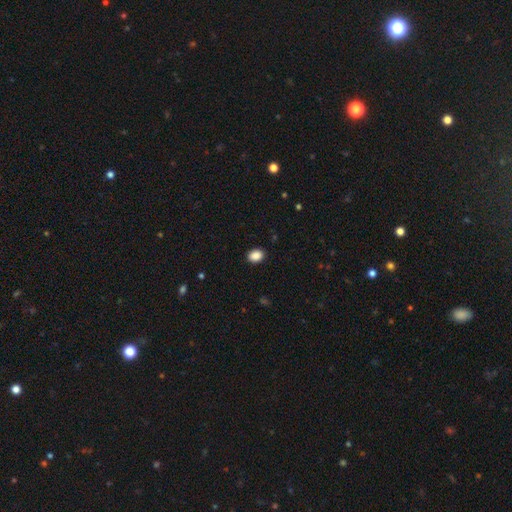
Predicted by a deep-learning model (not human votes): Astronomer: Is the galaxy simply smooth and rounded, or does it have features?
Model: smooth — 89%.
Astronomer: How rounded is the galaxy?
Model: in between — 70%.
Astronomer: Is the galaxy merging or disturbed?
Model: none — 90%.